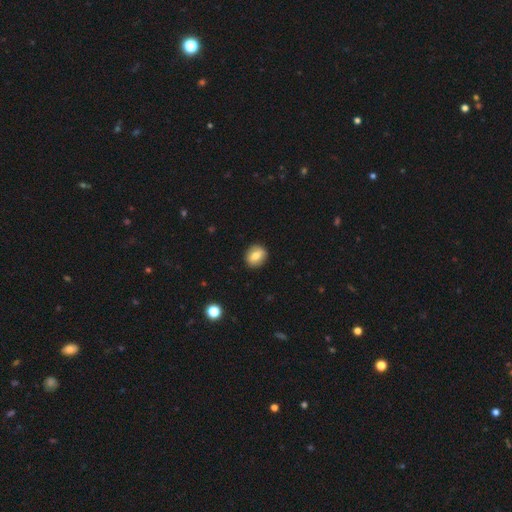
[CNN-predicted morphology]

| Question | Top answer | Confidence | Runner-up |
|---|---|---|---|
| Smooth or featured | smooth | 69% | featured or disk (22%) |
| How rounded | round | 64% | in between (34%) |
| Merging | none | 89% | minor disturbance (8%) |